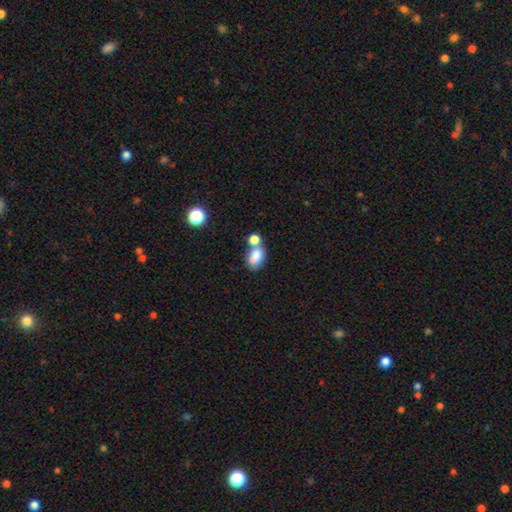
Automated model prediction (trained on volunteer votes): Overall: smooth (79%). How rounded: in between (84%). Merging: merger (48%; none 33%).